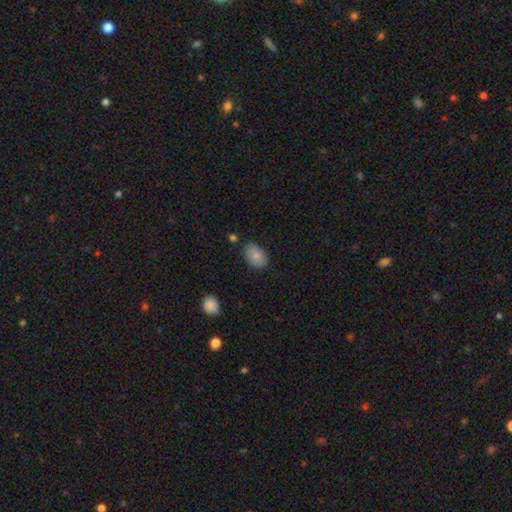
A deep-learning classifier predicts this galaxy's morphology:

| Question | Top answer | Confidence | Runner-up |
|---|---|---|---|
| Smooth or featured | smooth | 84% | featured or disk (9%) |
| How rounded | in between | 86% | round (13%) |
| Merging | none | 77% | minor disturbance (17%) |